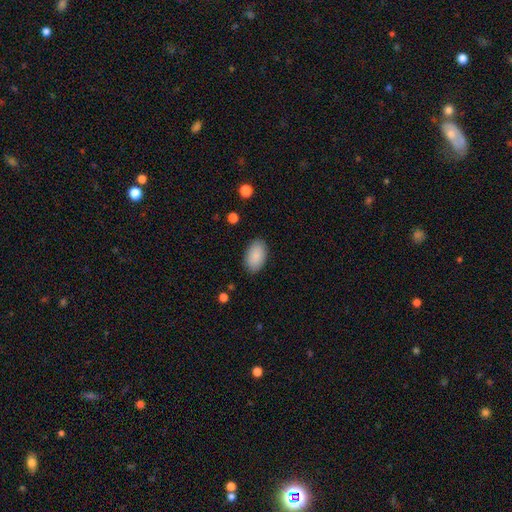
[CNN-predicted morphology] Smooth or featured? Predicted: smooth (p=0.90). How rounded? Predicted: in between (p=0.95). Merging? Predicted: none (p=0.88).